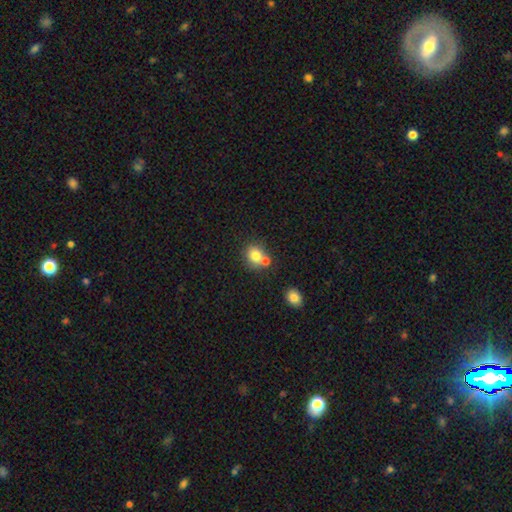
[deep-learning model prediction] Smooth or featured: smooth — 79% (star or artifact — 11%)
How rounded: round — 76% (in between — 23%)
Merging: none — 54% (merger — 33%)